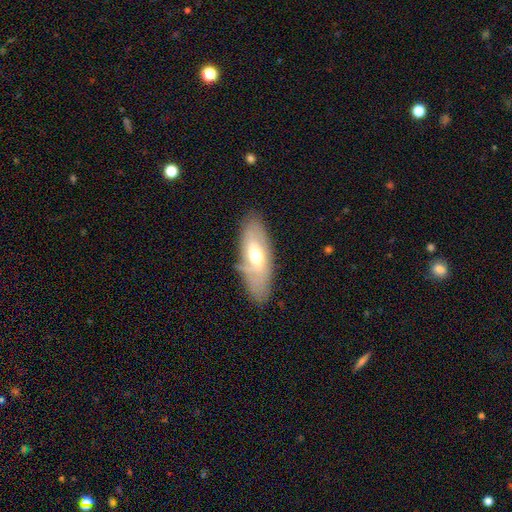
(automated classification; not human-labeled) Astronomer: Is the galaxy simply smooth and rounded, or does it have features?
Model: featured or disk — 47% (runner-up: smooth, 46%).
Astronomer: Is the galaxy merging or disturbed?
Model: none — 63%.